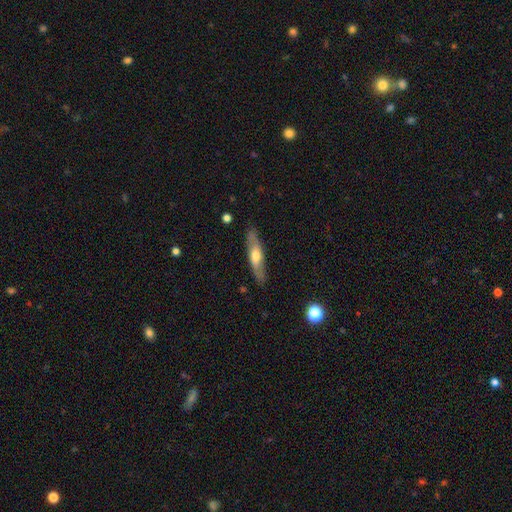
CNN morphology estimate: type=featured or disk (48%); merging=none (84%).